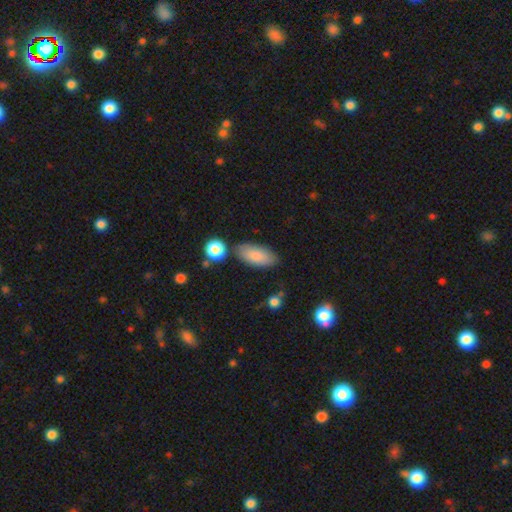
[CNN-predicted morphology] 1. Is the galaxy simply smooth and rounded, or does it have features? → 84% smooth, 9% featured or disk, 6% star or artifact.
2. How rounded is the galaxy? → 90% in between, 8% cigar-shaped, 2% round.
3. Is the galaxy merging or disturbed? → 75% none, 14% minor disturbance, 7% merger, 4% major disturbance.